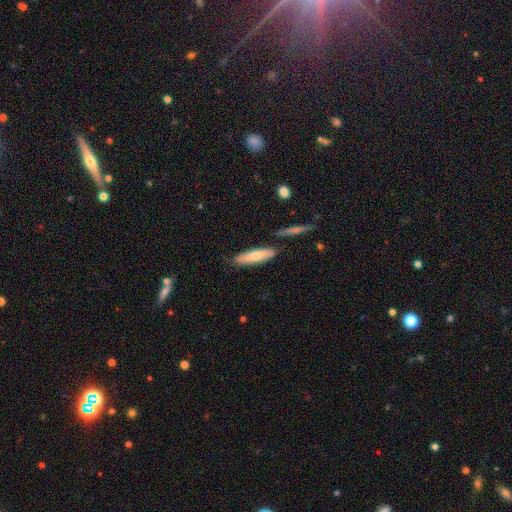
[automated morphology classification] smooth-or-featured: smooth: 66% | featured or disk: 28% | star or artifact: 6%
  how-rounded: cigar-shaped: 69% | in between: 29% | round: 2%
  merging: none: 78% | minor disturbance: 14% | merger: 6% | major disturbance: 3%